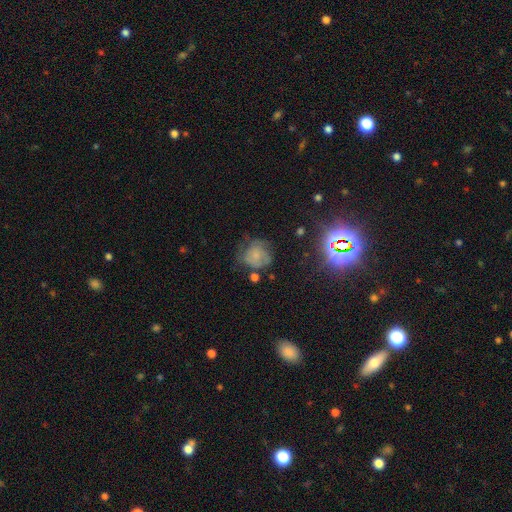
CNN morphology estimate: smooth-or-featured: smooth: 52% | featured or disk: 35% | star or artifact: 13%
  how-rounded: round: 75% | in between: 24% | cigar-shaped: 1%
  merging: none: 43% | minor disturbance: 28% | major disturbance: 23% | merger: 6%